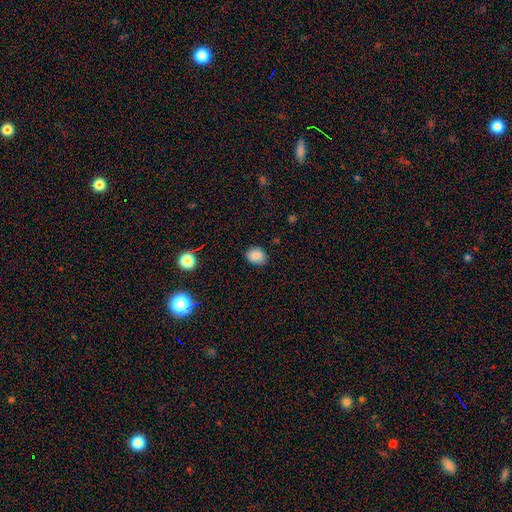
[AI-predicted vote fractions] smooth 85%, star or artifact 10%, featured or disk 5%. Down the decision tree: how rounded — in between (54%); merging — none (81%).